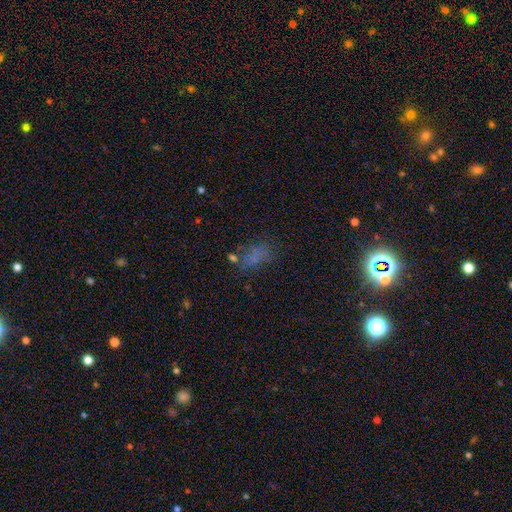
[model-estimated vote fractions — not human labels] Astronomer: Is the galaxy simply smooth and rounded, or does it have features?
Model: smooth — 56%.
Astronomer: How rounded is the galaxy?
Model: in between — 83%.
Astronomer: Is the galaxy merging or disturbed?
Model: none — 50%.